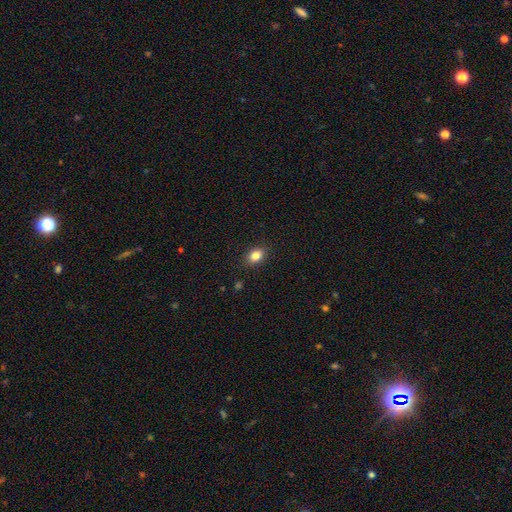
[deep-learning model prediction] The model was most divided on "how rounded": in between: 75%, round: 24%, cigar-shaped: 1%. More confident: merging — none (88%); smooth or featured — smooth (84%).